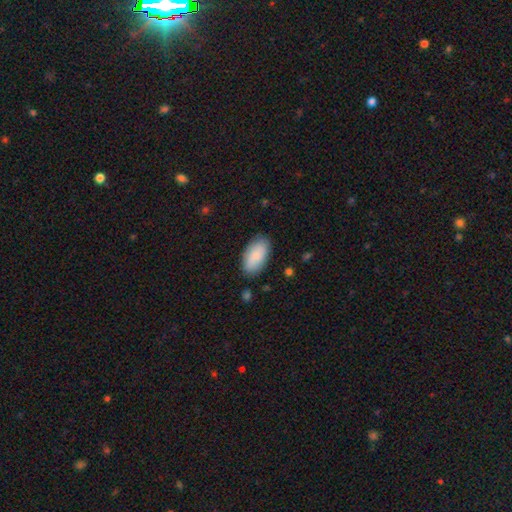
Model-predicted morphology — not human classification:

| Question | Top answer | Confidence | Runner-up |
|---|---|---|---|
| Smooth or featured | smooth | 86% | featured or disk (9%) |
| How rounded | in between | 94% | round (3%) |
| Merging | none | 83% | minor disturbance (12%) |